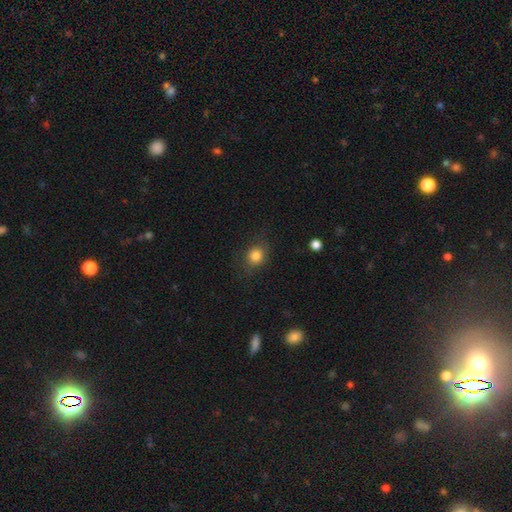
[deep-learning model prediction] Smooth or featured: smooth — 83% (star or artifact — 11%)
How rounded: round — 74% (in between — 25%)
Merging: none — 82% (minor disturbance — 12%)